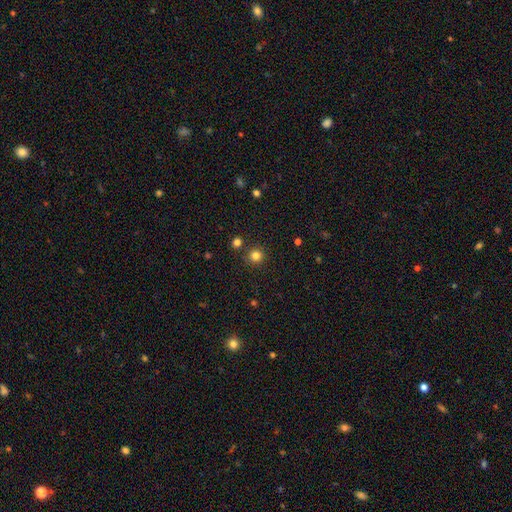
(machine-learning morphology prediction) smooth 81%, star or artifact 14%, featured or disk 5%. Down the decision tree: how rounded — round (93%); merging — none (86%).